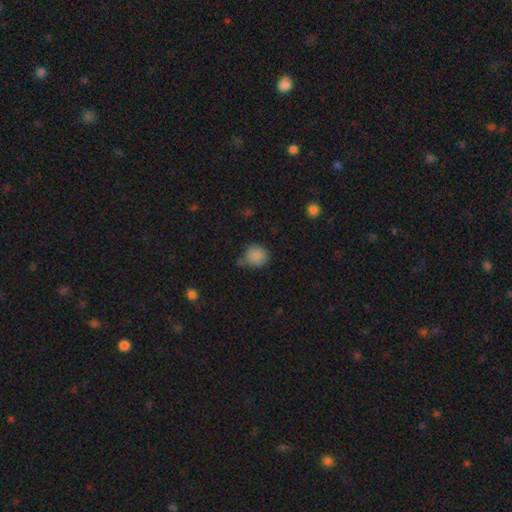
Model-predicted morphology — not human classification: smooth_or_featured: smooth (p=0.86) [alt: star or artifact p=0.10]
how_rounded: round (p=0.85) [alt: in between p=0.14]
merging: none (p=0.62) [alt: minor disturbance p=0.24]